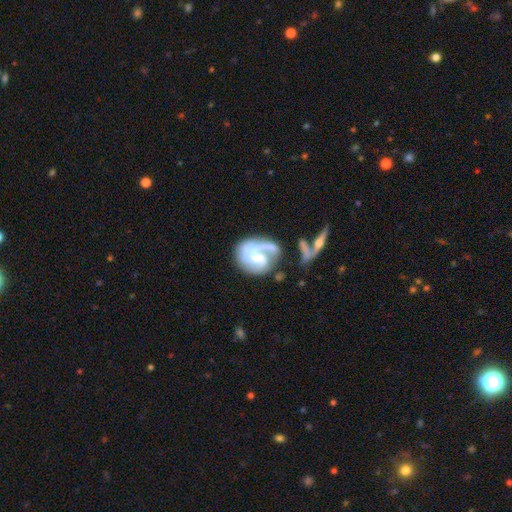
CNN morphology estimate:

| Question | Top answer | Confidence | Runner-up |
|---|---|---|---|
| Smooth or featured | featured or disk | 79% | smooth (15%) |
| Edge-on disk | no | 98% | yes (2%) |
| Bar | weak | 44% | no (41%) |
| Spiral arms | yes | 92% | no (8%) |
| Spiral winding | medium | 41% | tight (36%) |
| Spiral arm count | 1 | 41% | 2 (33%) |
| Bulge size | moderate | 32% | small (31%) |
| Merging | none | 43% | major disturbance (26%) |